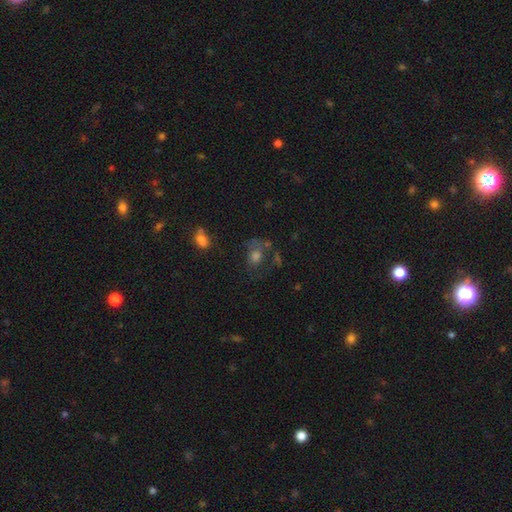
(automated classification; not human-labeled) Q: Smooth or featured?
A: smooth (56%); runner-up: featured or disk (23%)
Q: How rounded?
A: round (55%); runner-up: in between (44%)
Q: Merging?
A: none (44%); runner-up: major disturbance (23%)